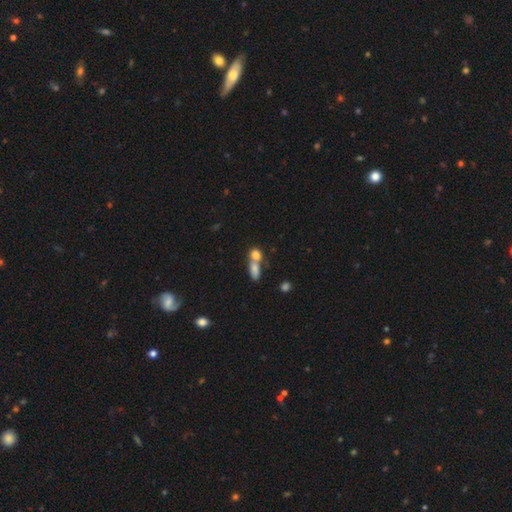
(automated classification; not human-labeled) A smooth galaxy with no disk features (78%) that is round (48%). Merging: merger (59%).